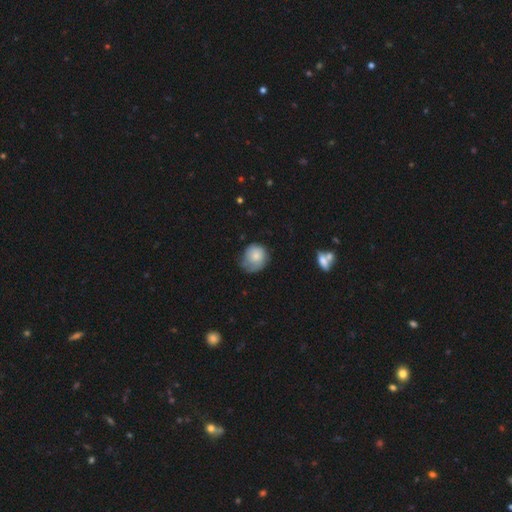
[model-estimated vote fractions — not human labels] Smooth or featured?
  - smooth: 73% *
  - featured or disk: 19%
  - star or artifact: 7%
How rounded?
  - round: 76% *
  - in between: 23%
  - cigar-shaped: 1%
Merging?
  - none: 47% *
  - minor disturbance: 37%
  - major disturbance: 14%
  - merger: 2%